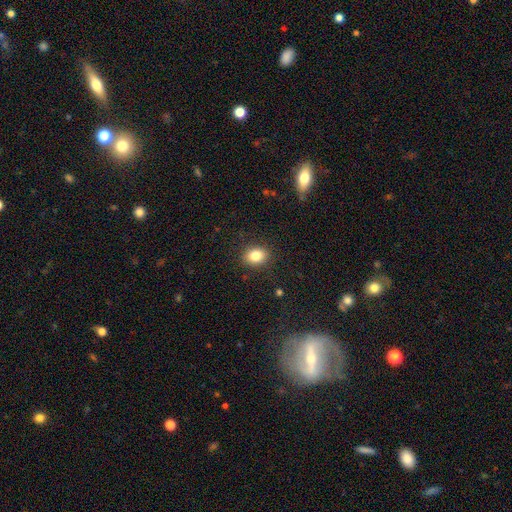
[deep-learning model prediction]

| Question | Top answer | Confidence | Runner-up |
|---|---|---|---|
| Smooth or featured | smooth | 83% | star or artifact (10%) |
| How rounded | in between | 56% | round (43%) |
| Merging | none | 89% | minor disturbance (8%) |